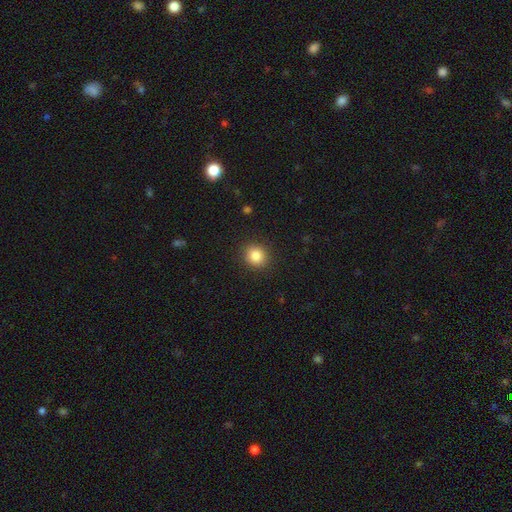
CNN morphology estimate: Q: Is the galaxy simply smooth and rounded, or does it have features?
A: smooth — 84%.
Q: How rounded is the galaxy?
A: round — 86%.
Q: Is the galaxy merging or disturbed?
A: none — 90%.